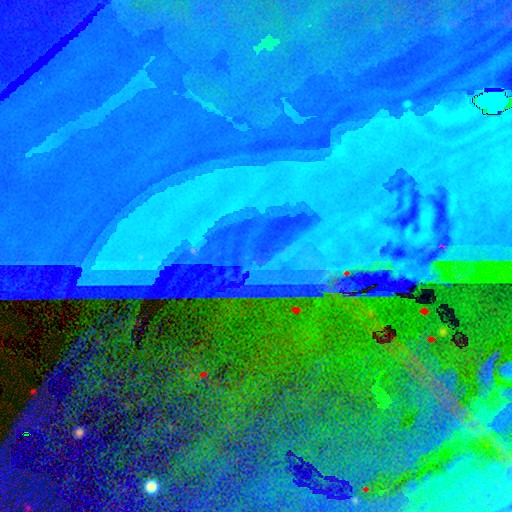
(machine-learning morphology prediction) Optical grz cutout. It shows a star or artifact, not a galaxy (89%).